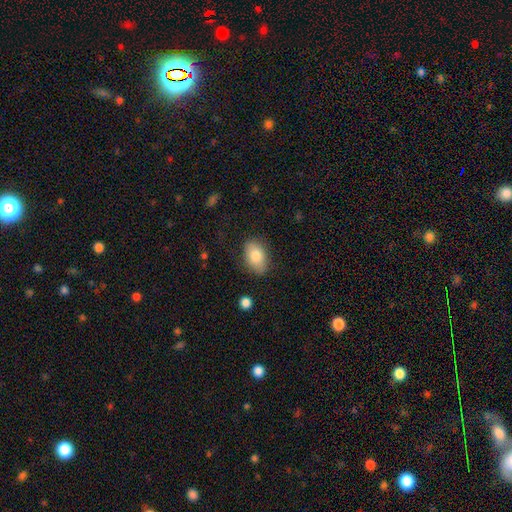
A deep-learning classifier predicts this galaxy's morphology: smooth 81%, featured or disk 12%, star or artifact 7%. Down the decision tree: how rounded — in between (89%); merging — none (83%).